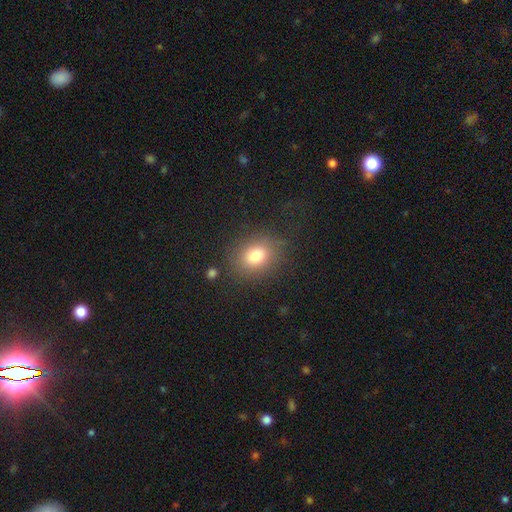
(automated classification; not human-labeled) Q: Smooth or featured?
A: smooth (78%); runner-up: star or artifact (12%)
Q: How rounded?
A: in between (53%); runner-up: round (46%)
Q: Merging?
A: none (80%); runner-up: minor disturbance (12%)